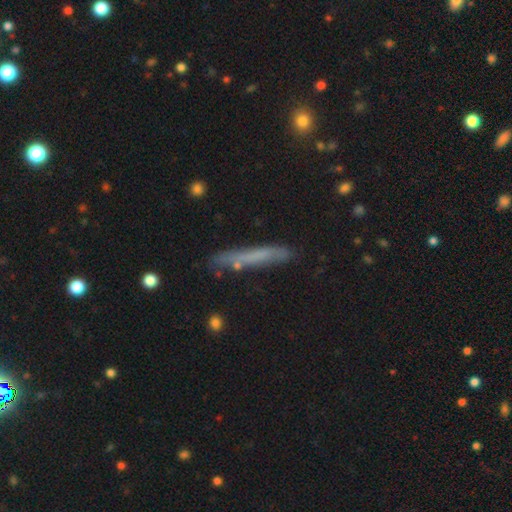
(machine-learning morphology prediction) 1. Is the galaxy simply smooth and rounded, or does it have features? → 57% smooth, 35% featured or disk, 8% star or artifact.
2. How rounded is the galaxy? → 94% cigar-shaped, 5% in between, 2% round.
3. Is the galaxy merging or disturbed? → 74% none, 18% minor disturbance, 4% major disturbance, 4% merger.